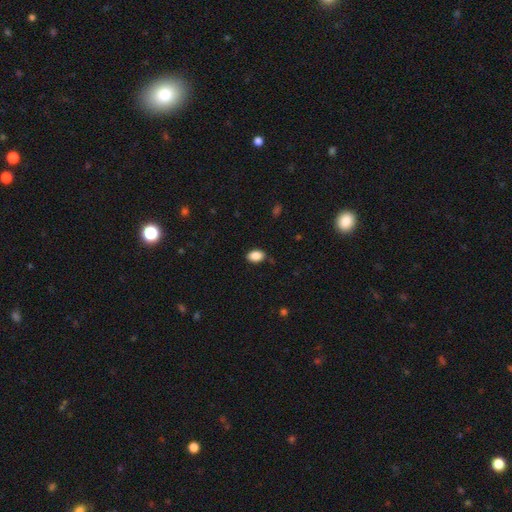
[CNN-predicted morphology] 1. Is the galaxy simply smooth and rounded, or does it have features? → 88% smooth, 8% star or artifact, 4% featured or disk.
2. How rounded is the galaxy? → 87% in between, 12% round, 1% cigar-shaped.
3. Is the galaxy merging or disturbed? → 83% none, 14% minor disturbance, 2% major disturbance, 1% merger.